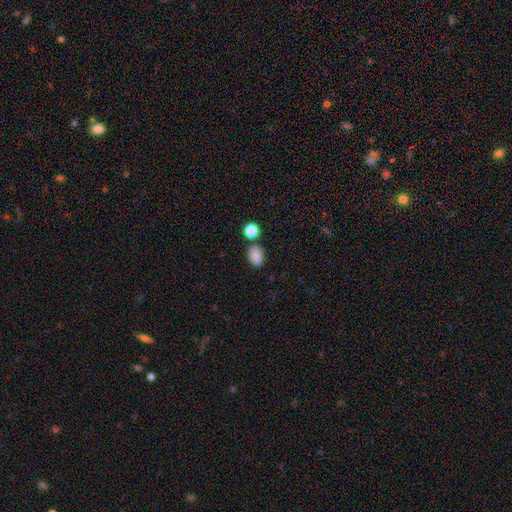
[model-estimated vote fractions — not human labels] A smooth galaxy with no disk features (86%) that is in between round and cigar-shaped (78%). Merging: none (75%).